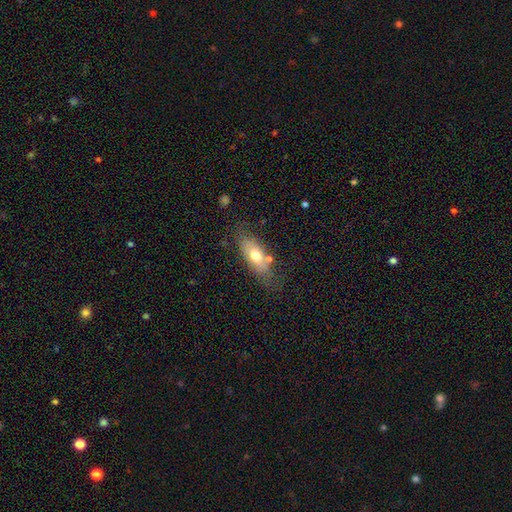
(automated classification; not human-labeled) This appears to be a smooth galaxy with no disk features (63%) that is in between round and cigar-shaped (79%). Merging: none (66%).